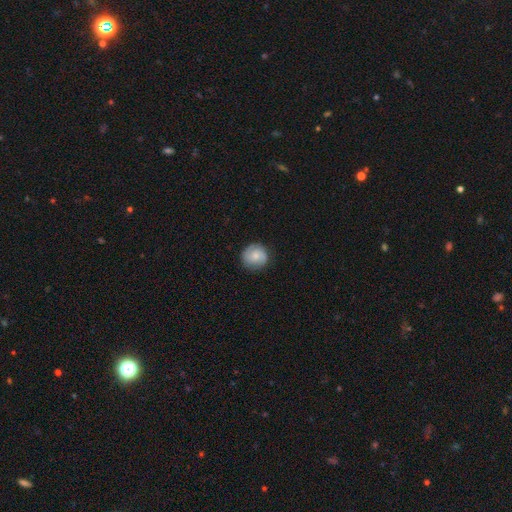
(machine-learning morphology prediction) A smooth galaxy with no disk features (57%) that is round (90%). Merging: none (83%).